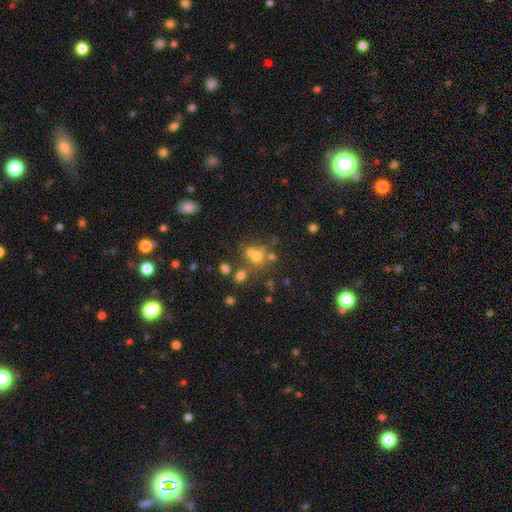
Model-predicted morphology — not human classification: Smooth or featured?
  - smooth: 55% *
  - star or artifact: 23%
  - featured or disk: 22%
How rounded?
  - round: 77% *
  - in between: 22%
  - cigar-shaped: 1%
Merging?
  - none: 43% *
  - merger: 41%
  - minor disturbance: 10%
  - major disturbance: 7%